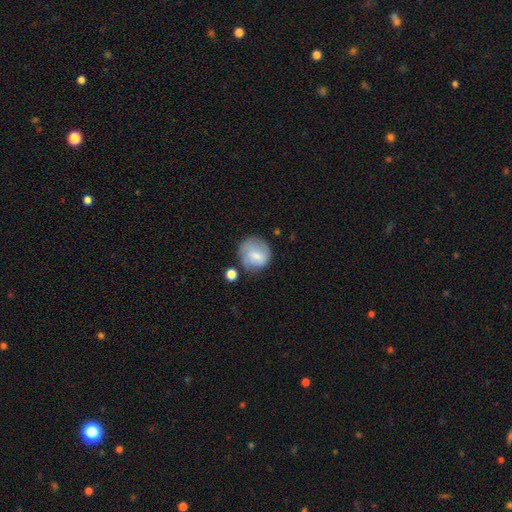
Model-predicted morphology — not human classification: smooth 72%, featured or disk 21%, star or artifact 8%. Down the decision tree: how rounded — round (83%); merging — none (58%).